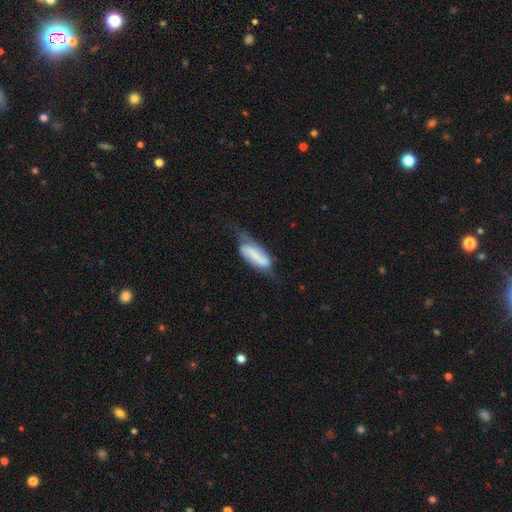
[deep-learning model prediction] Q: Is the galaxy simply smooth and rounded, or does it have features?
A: featured or disk — 55%.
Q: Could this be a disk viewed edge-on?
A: no — 86%.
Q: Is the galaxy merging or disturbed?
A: none — 38%.